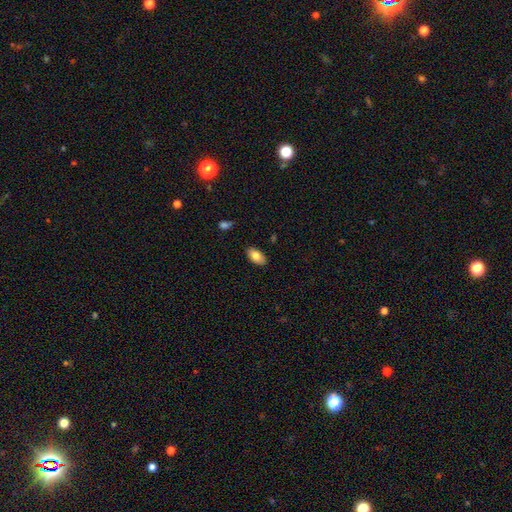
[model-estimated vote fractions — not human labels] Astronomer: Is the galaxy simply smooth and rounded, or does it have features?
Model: smooth — 80%.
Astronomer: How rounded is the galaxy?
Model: in between — 94%.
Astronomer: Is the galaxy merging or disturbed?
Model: none — 87%.